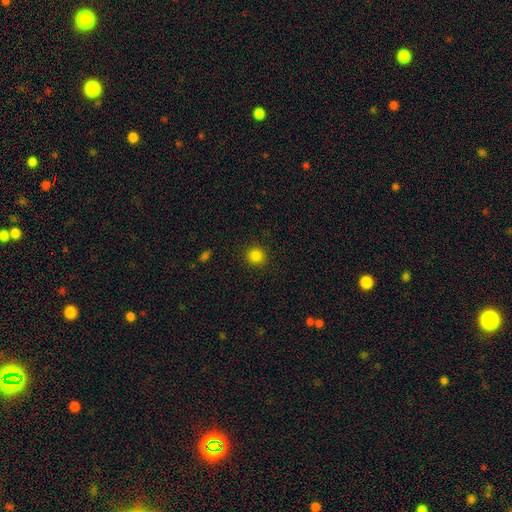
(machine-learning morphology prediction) smooth_or_featured: smooth (p=0.84) [alt: star or artifact p=0.12]
how_rounded: round (p=0.91) [alt: in between p=0.08]
merging: none (p=0.91) [alt: minor disturbance p=0.06]